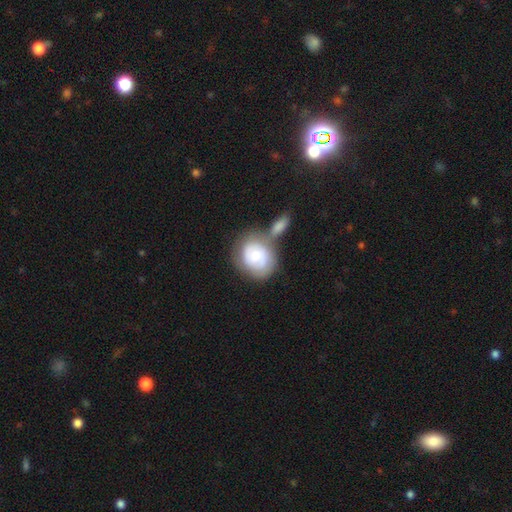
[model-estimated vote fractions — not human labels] A smooth galaxy with no disk features (47%).

Vote fractions:
- Smooth or featured? smooth: 47% / featured or disk: 46% / star or artifact: 7%
- Merging? none: 41% / merger: 36% / minor disturbance: 16% / major disturbance: 8%